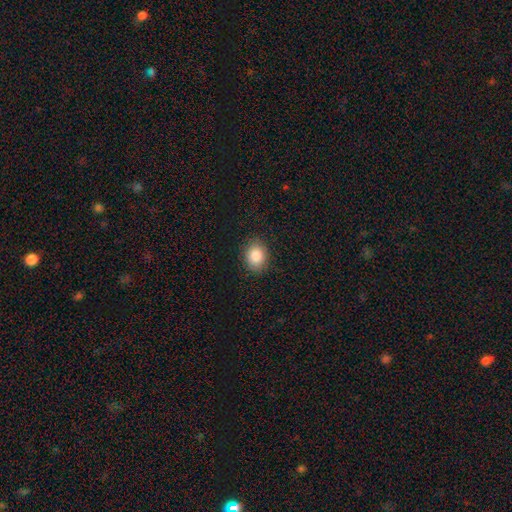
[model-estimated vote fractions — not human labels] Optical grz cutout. It shows a smooth galaxy with no disk features (85%) that is in between round and cigar-shaped (53%). Merging: none (88%).